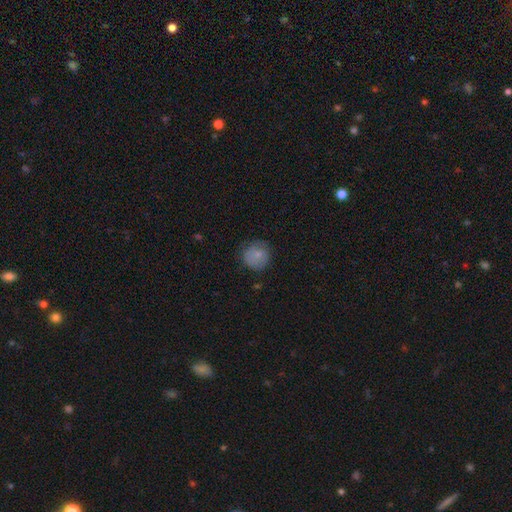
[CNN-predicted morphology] smooth 74%, featured or disk 18%, star or artifact 8%. Down the decision tree: how rounded — round (87%); merging — none (68%).